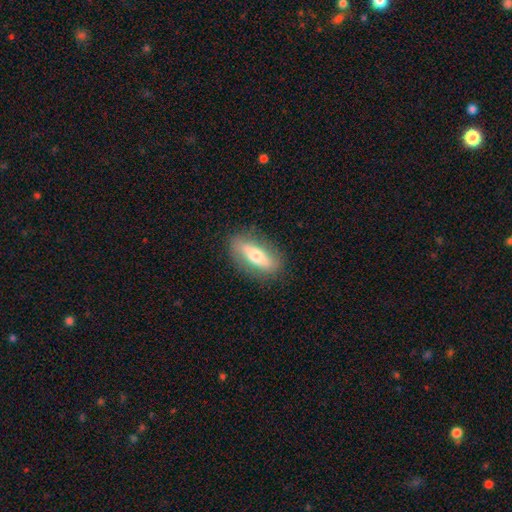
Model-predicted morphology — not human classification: This appears to be a smooth galaxy with no disk features (54%) that is in between round and cigar-shaped (59%). Merging: none (84%).